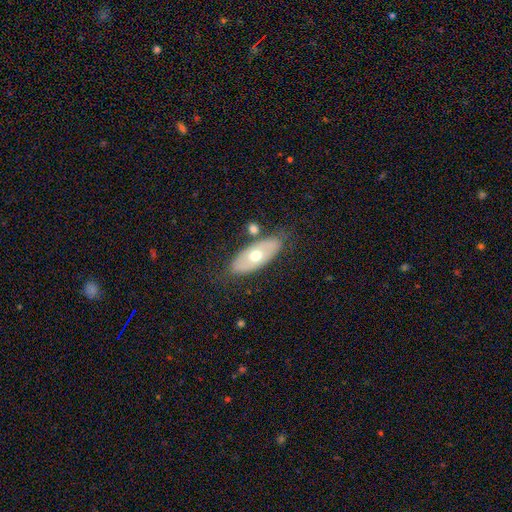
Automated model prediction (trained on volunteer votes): Overall: smooth (51%; featured or disk 43%). How rounded: in between (83%). Merging: none (74%).